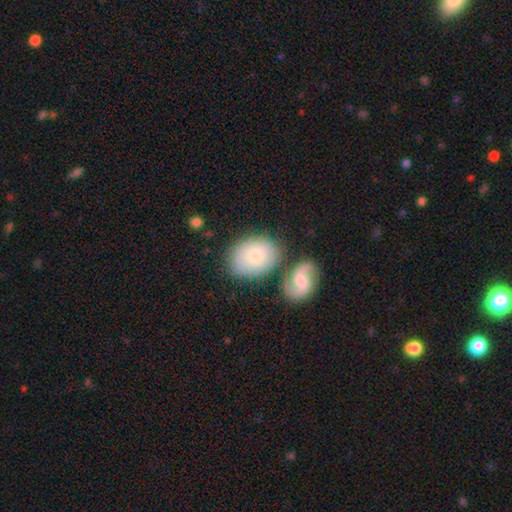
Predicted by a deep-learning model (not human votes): Smooth or featured? Predicted: smooth (p=0.74). How rounded? Predicted: in between (p=0.76). Merging? Predicted: none (p=0.65).